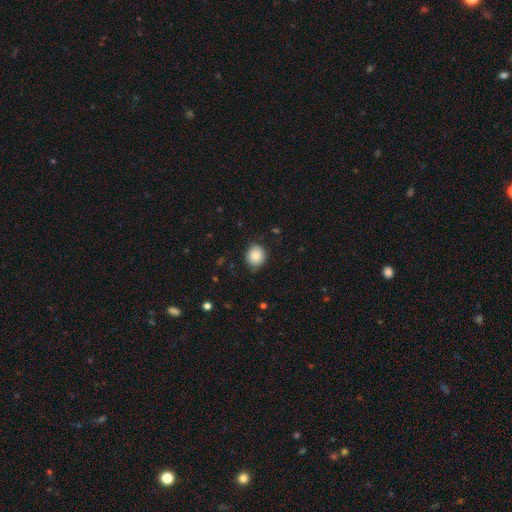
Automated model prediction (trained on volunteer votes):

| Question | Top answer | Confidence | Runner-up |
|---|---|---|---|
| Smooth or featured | smooth | 87% | star or artifact (8%) |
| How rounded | round | 71% | in between (28%) |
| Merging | none | 83% | minor disturbance (13%) |